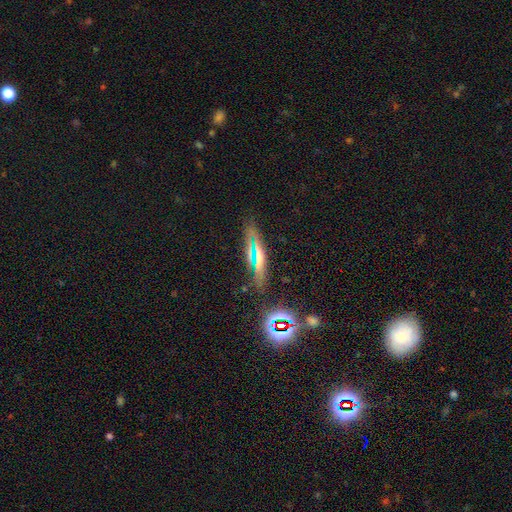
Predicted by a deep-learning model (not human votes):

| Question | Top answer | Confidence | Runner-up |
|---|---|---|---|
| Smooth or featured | smooth | 49% | featured or disk (32%) |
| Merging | none | 84% | minor disturbance (11%) |